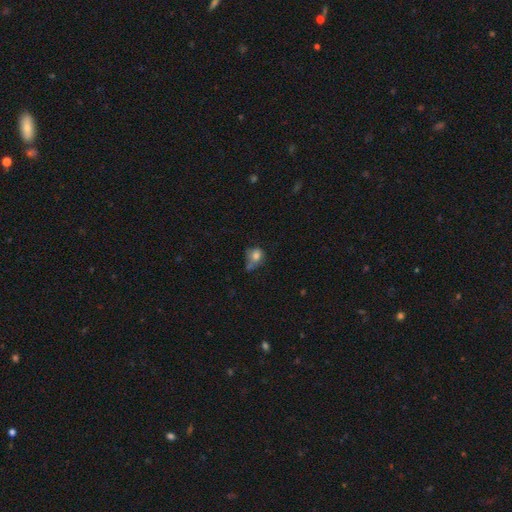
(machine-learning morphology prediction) Smooth or featured: smooth — 75% (featured or disk — 13%)
How rounded: round — 59% (in between — 40%)
Merging: none — 35% (minor disturbance — 30%)